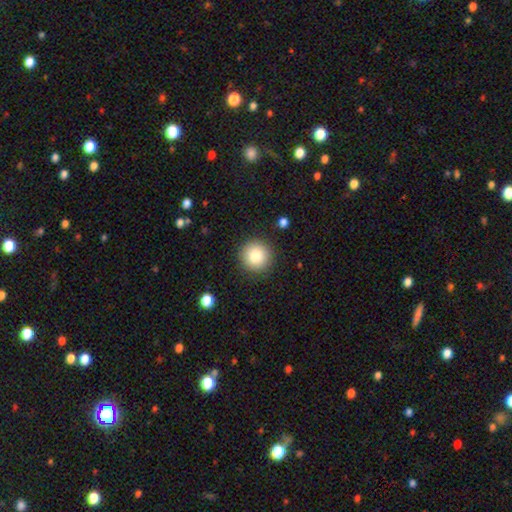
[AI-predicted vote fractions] Morphology: type=smooth (82%); roundness=round (94%); merging=none (90%).